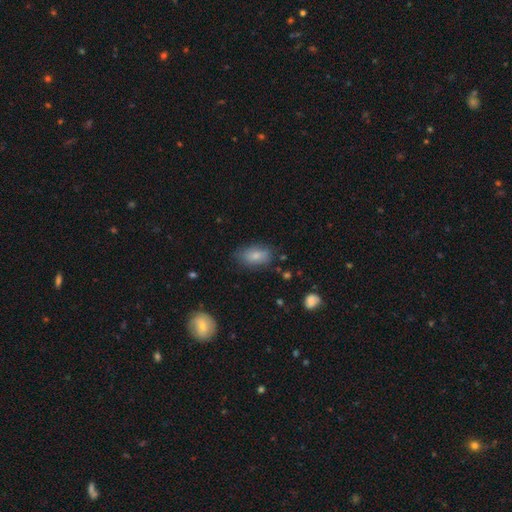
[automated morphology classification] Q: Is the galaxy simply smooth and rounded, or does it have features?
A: smooth — 79%.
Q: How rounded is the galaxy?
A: in between — 89%.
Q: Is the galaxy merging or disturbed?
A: none — 73%.